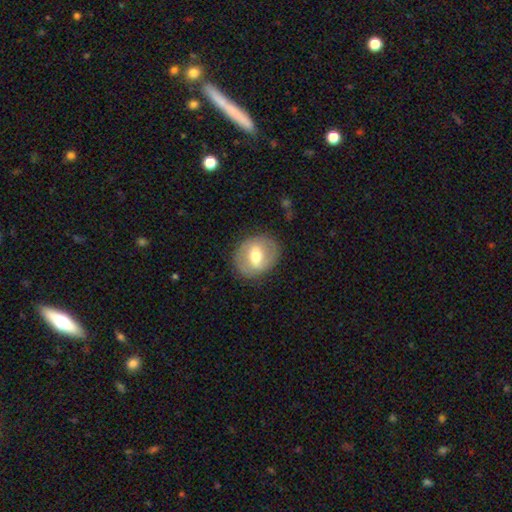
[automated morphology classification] A featured or disk galaxy (50%).

Vote fractions:
- Smooth or featured? featured or disk: 50% / smooth: 44% / star or artifact: 7%
- Merging? none: 83% / minor disturbance: 11% / major disturbance: 4% / merger: 1%